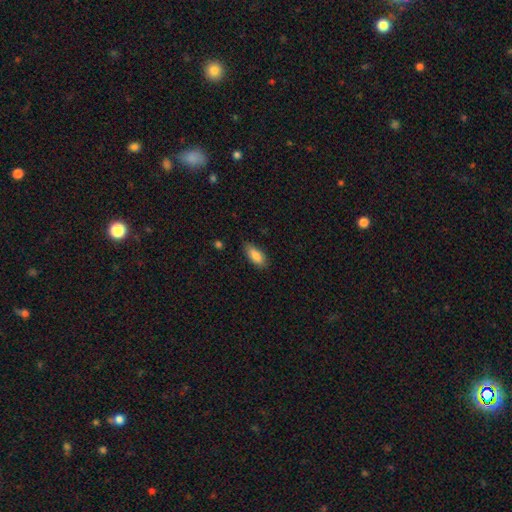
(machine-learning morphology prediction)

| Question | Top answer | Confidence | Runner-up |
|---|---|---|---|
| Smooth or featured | smooth | 84% | featured or disk (9%) |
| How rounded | in between | 83% | cigar-shaped (15%) |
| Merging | none | 83% | minor disturbance (13%) |